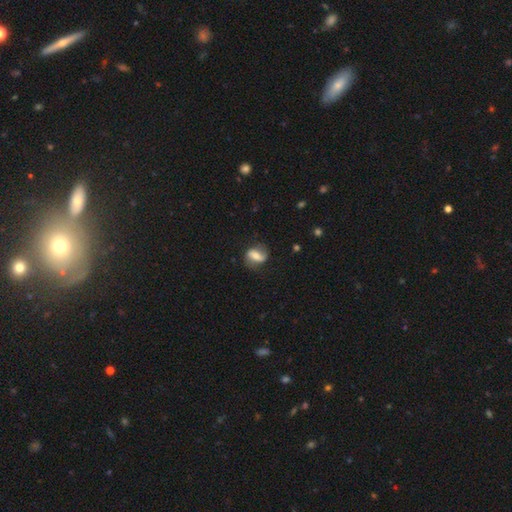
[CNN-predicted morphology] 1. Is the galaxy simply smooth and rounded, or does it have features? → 59% featured or disk, 34% smooth, 8% star or artifact.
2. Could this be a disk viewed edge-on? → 94% no, 6% yes.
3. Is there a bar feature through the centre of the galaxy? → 43% strong, 34% weak, 23% no.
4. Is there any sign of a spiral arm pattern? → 84% yes, 16% no.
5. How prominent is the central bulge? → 50% moderate, 31% small, 11% large, 6% none, 2% dominant.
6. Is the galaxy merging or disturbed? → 72% none, 19% minor disturbance, 8% major disturbance, 2% merger.